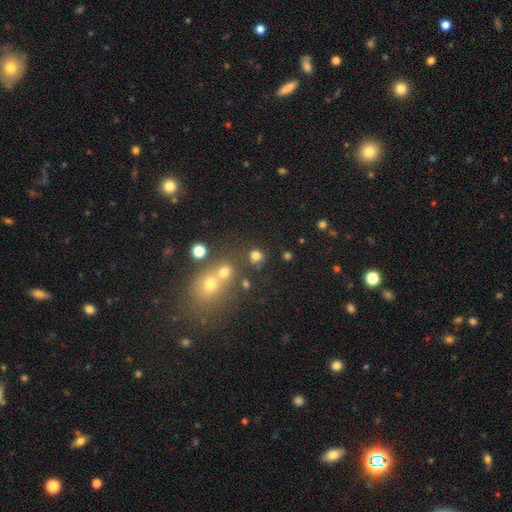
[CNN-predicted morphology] A smooth galaxy with no disk features (73%) that is round (74%). Merging: none (66%).